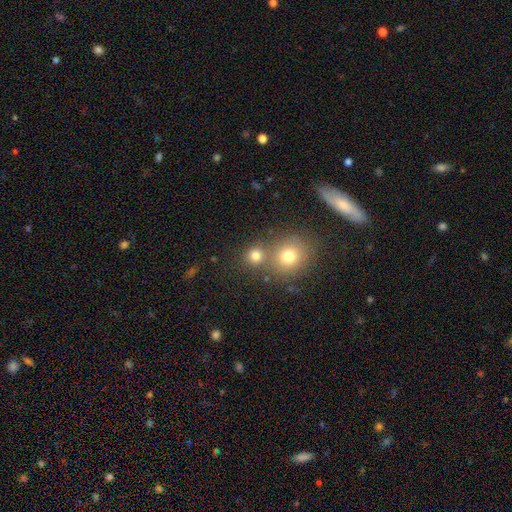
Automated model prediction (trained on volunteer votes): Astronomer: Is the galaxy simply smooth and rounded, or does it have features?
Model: smooth — 78%.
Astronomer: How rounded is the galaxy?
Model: round — 86%.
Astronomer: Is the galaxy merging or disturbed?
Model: none — 57% (runner-up: merger, 33%).